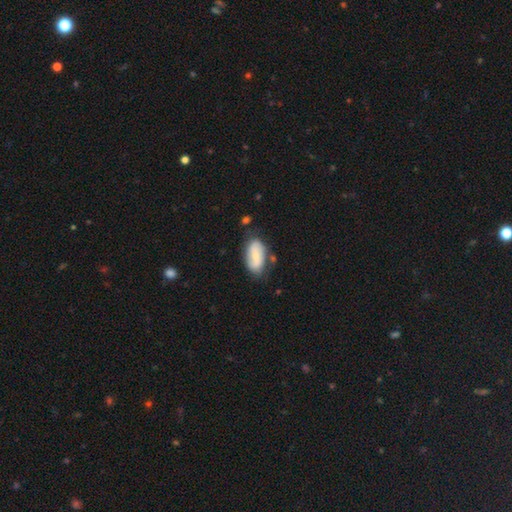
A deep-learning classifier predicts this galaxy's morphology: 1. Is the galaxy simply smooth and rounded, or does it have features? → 62% smooth, 32% featured or disk, 7% star or artifact.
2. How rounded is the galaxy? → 93% in between, 4% round, 3% cigar-shaped.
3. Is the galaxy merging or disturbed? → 67% none, 22% minor disturbance, 6% major disturbance, 5% merger.